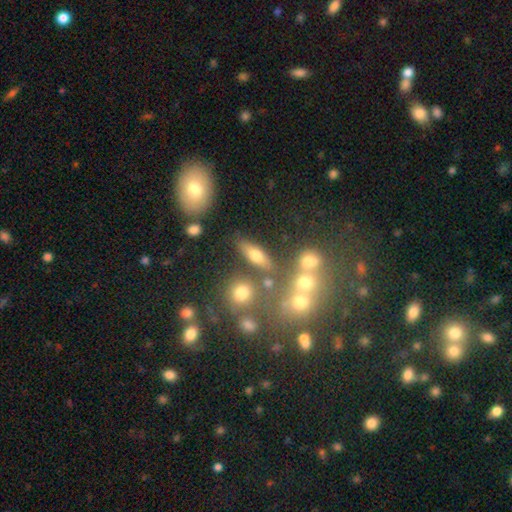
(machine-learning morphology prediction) A smooth galaxy with no disk features (57%) that is in between round and cigar-shaped (53%). Merging: none (71%).